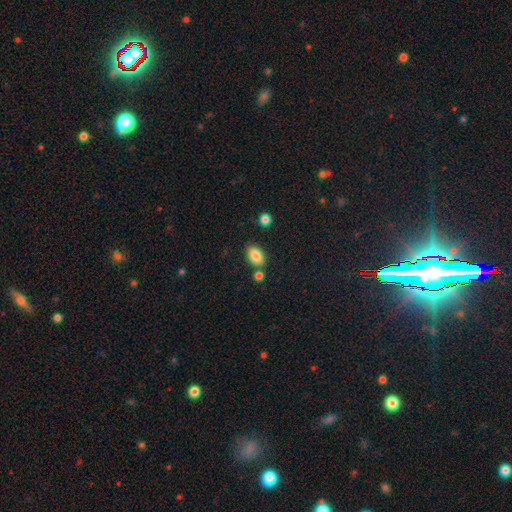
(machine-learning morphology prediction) Smooth or featured? smooth (86%)
How rounded? in between (91%)
Merging? none (77%)